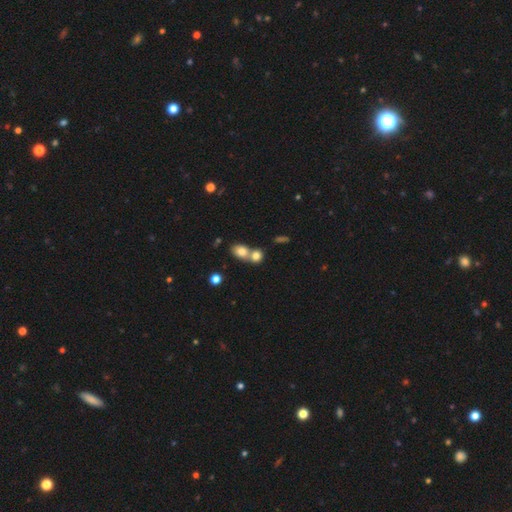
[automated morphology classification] Smooth or featured?
  - smooth: 79% *
  - star or artifact: 11%
  - featured or disk: 10%
How rounded?
  - round: 55% *
  - in between: 43%
  - cigar-shaped: 2%
Merging?
  - merger: 60% *
  - none: 31%
  - minor disturbance: 6%
  - major disturbance: 3%